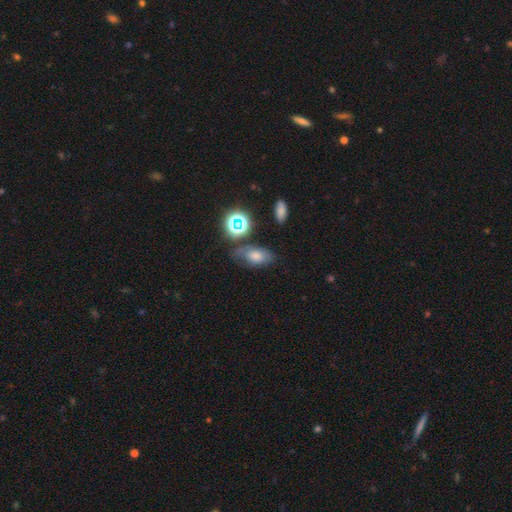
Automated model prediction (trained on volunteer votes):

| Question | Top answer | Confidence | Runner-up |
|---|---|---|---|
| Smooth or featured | smooth | 63% | star or artifact (19%) |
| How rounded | in between | 86% | round (10%) |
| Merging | none | 56% | minor disturbance (25%) |